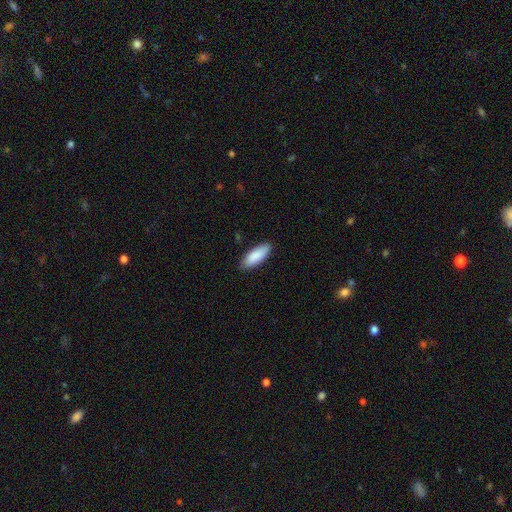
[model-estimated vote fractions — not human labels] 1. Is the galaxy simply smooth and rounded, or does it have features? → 89% smooth, 6% featured or disk, 5% star or artifact.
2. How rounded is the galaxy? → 71% in between, 27% cigar-shaped, 1% round.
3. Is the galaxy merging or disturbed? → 85% none, 12% minor disturbance, 2% major disturbance, 1% merger.